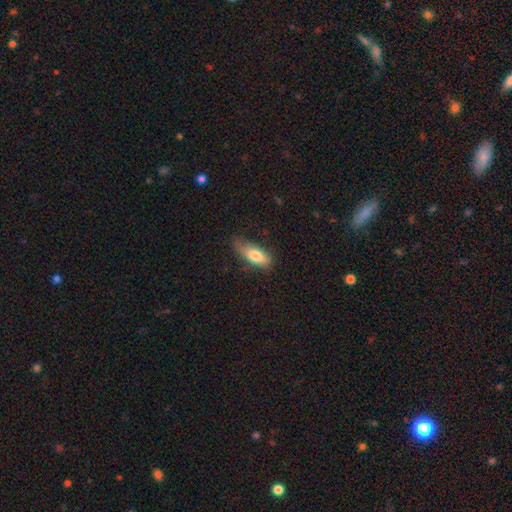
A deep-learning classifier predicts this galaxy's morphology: The model was most divided on "merging": none: 53%, minor disturbance: 35%, major disturbance: 10%, merger: 2%. More confident: smooth or featured — smooth (78%); how rounded — in between (78%).